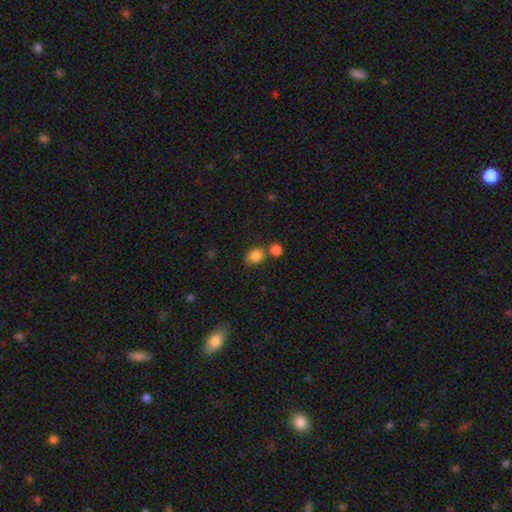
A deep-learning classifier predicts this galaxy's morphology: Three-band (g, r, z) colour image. It shows a smooth galaxy with no disk features (85%) that is in between round and cigar-shaped (52%). Merging: none (59%).